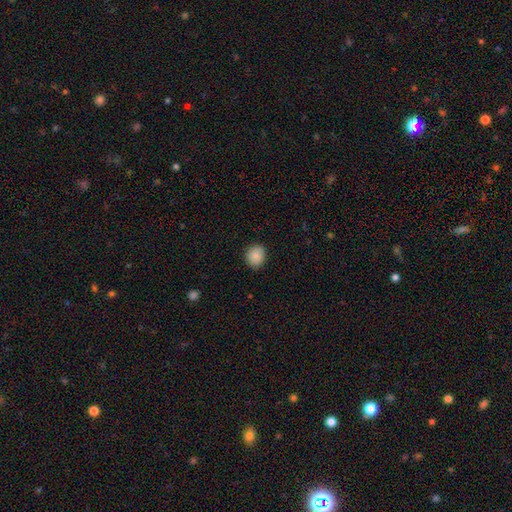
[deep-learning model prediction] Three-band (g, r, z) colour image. It shows a smooth galaxy with no disk features (86%) that is round (74%). Merging: none (87%).